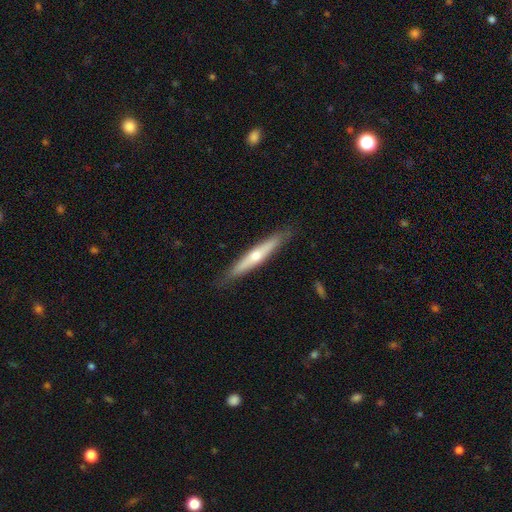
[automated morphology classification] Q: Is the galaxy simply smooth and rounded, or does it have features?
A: featured or disk — 58%.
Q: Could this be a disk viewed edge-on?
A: yes — 92%.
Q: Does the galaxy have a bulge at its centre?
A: rounded — 79%.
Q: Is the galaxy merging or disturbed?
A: none — 88%.